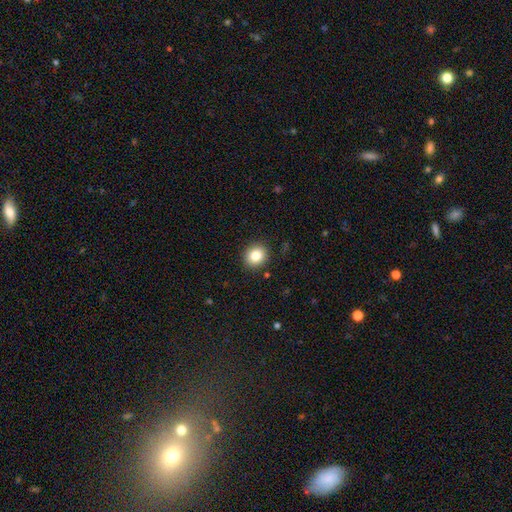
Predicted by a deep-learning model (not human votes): Overall: smooth (83%). How rounded: round (80%). Merging: none (90%).